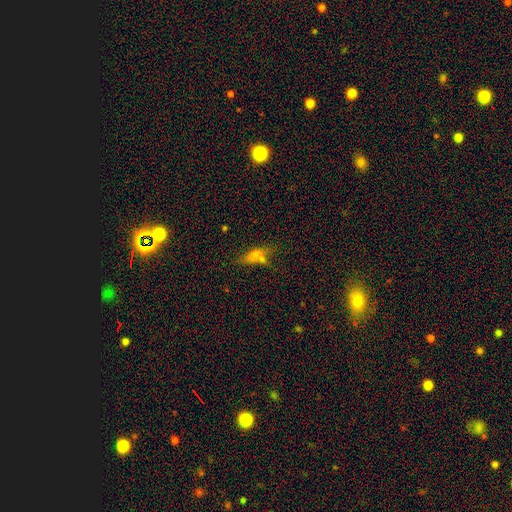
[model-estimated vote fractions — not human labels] Overall: smooth (63%). How rounded: in between (64%; cigar-shaped 30%). Merging: none (51%; merger 22%).